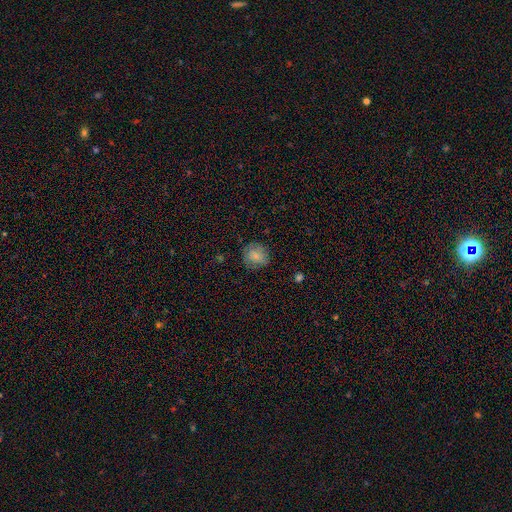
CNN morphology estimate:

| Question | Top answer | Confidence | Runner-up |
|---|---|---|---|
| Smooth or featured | smooth | 79% | featured or disk (13%) |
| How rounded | round | 83% | in between (16%) |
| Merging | none | 76% | minor disturbance (18%) |